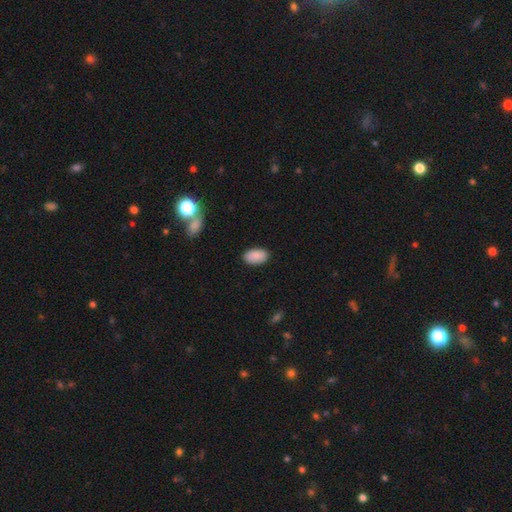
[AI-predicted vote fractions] smooth_or_featured: smooth (p=0.89) [alt: star or artifact p=0.07]
how_rounded: in between (p=0.94) [alt: round p=0.05]
merging: none (p=0.88) [alt: minor disturbance p=0.09]